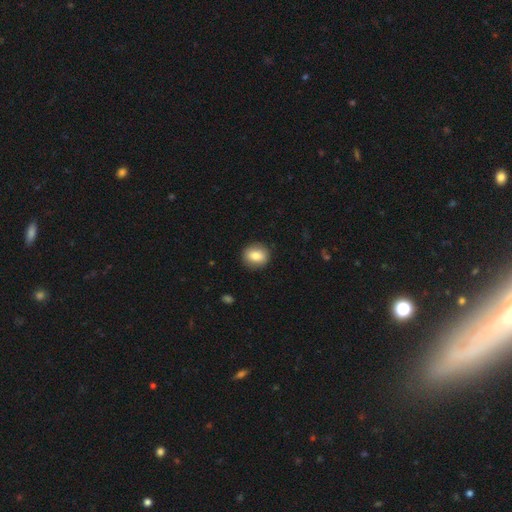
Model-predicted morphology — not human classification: This appears to be a smooth galaxy with no disk features (80%) that is round (70%). Merging: none (88%).